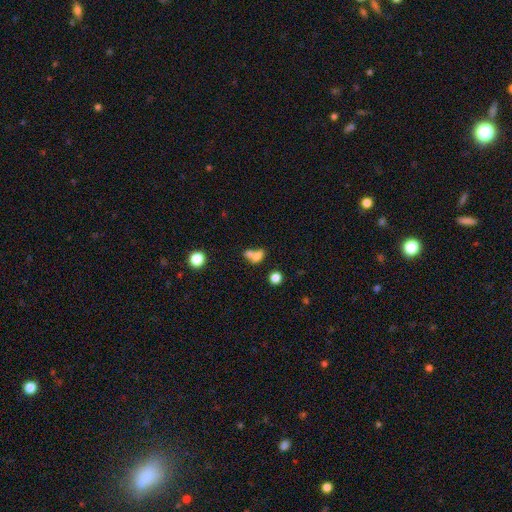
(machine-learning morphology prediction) This is likely a smooth galaxy (72%). How rounded: possibly in between (59%). Merging: likely merger (63%).